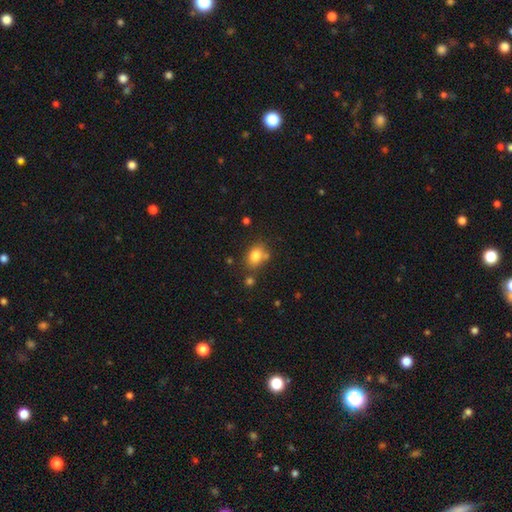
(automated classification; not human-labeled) Overall: smooth (80%). How rounded: in between (64%; round 34%). Merging: none (66%).